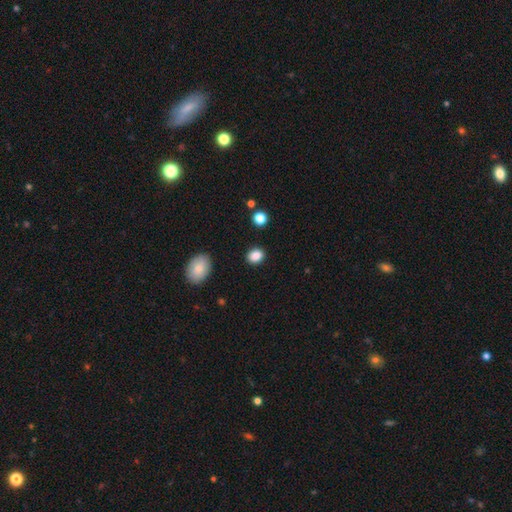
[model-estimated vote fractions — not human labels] Q: Smooth or featured?
A: smooth (86%); runner-up: star or artifact (10%)
Q: How rounded?
A: round (51%); runner-up: in between (48%)
Q: Merging?
A: none (87%); runner-up: minor disturbance (9%)